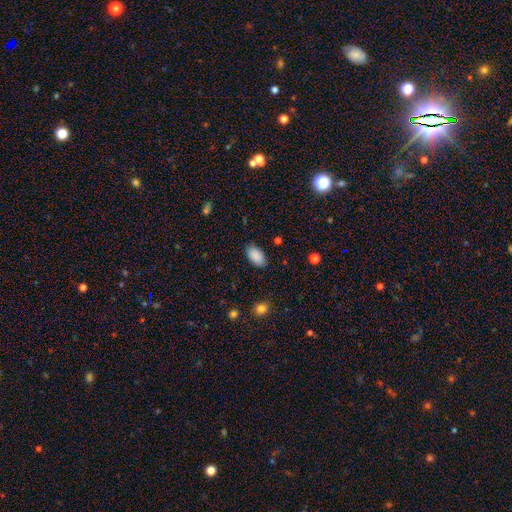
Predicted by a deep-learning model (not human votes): This is clearly a smooth galaxy (89%). How rounded: clearly in between (94%). Merging: clearly none (84%).